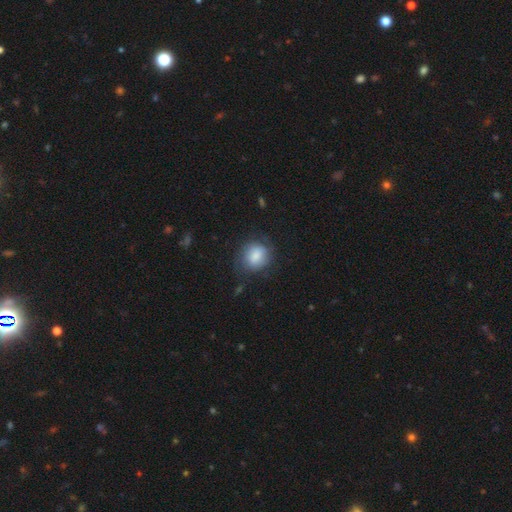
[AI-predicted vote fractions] This is likely a smooth galaxy (78%). How rounded: likely round (70%). Merging: likely none (66%).